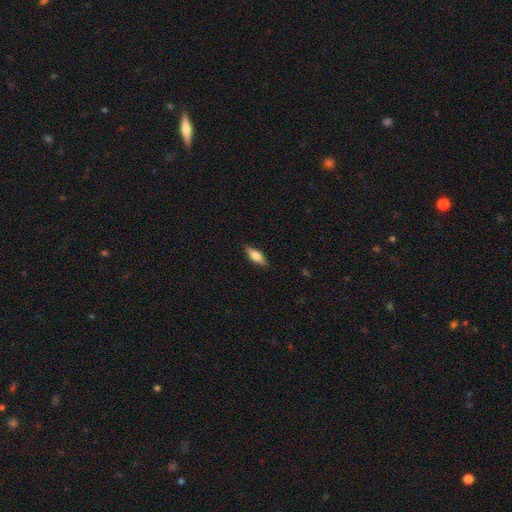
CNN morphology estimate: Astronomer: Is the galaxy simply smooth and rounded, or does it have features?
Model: smooth — 64%.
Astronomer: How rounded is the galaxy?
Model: in between — 63%.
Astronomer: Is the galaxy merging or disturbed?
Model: none — 87%.